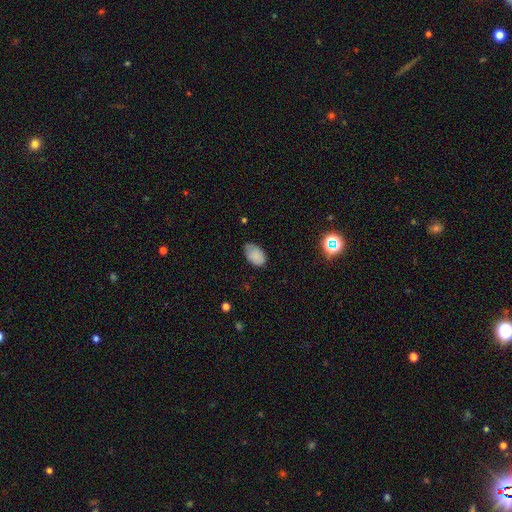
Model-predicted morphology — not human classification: This appears to be a smooth galaxy with no disk features (84%) that is in between round and cigar-shaped (91%). Merging: none (67%).